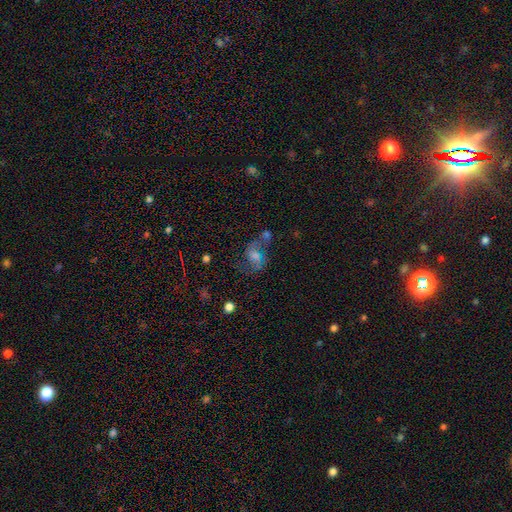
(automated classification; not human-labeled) This appears to be a featured or disk galaxy (42%). Merging: merger (30%, tied with none).